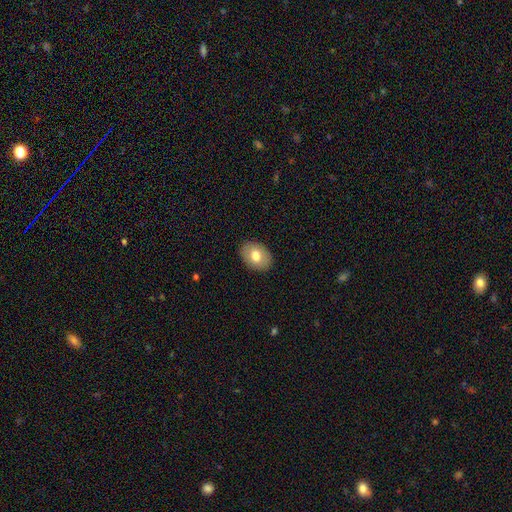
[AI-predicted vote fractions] Smooth or featured: smooth — 74% (featured or disk — 19%)
How rounded: in between — 72% (round — 27%)
Merging: none — 89% (minor disturbance — 8%)